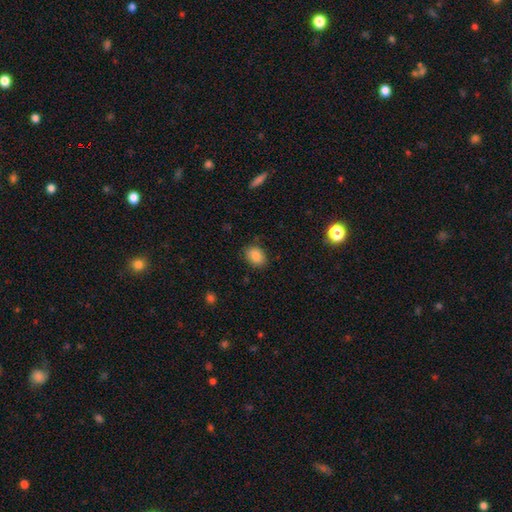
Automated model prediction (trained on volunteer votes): A smooth galaxy with no disk features (85%) that is in between round and cigar-shaped (68%).

Vote fractions:
- Smooth or featured? smooth: 85% / star or artifact: 9% / featured or disk: 5%
- How rounded? in between: 68% / round: 31% / cigar-shaped: 1%
- Merging? none: 84% / minor disturbance: 12% / major disturbance: 3% / merger: 1%